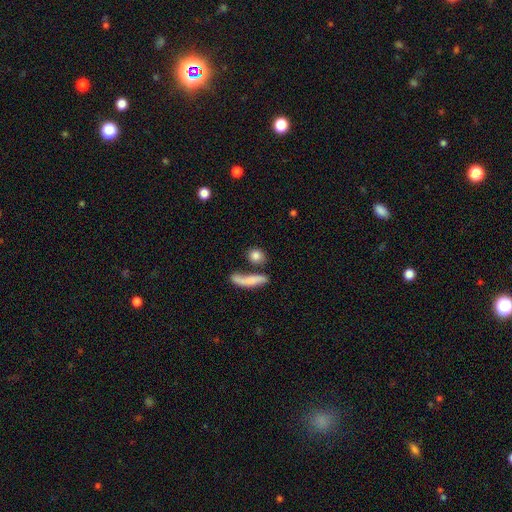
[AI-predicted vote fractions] Smooth or featured: smooth — 81% (featured or disk — 10%)
How rounded: round — 58% (in between — 30%)
Merging: none — 62% (merger — 20%)